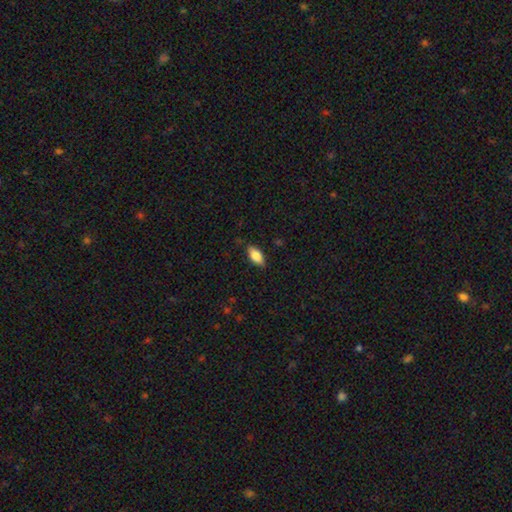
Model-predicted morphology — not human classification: Smooth or featured? smooth (80%)
How rounded? in between (87%)
Merging? none (84%)